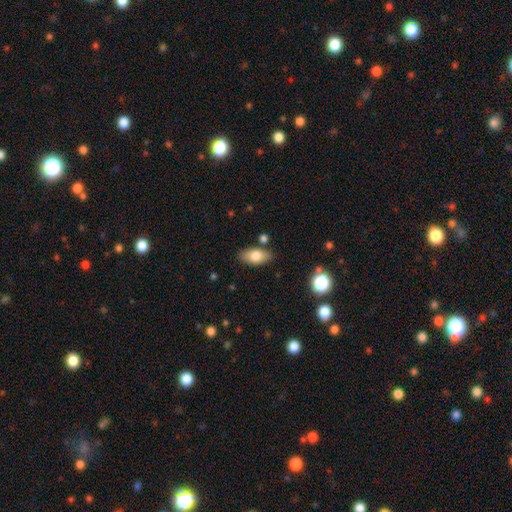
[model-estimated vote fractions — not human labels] This is likely a smooth galaxy (76%). How rounded: clearly in between (88%). Merging: clearly none (82%).